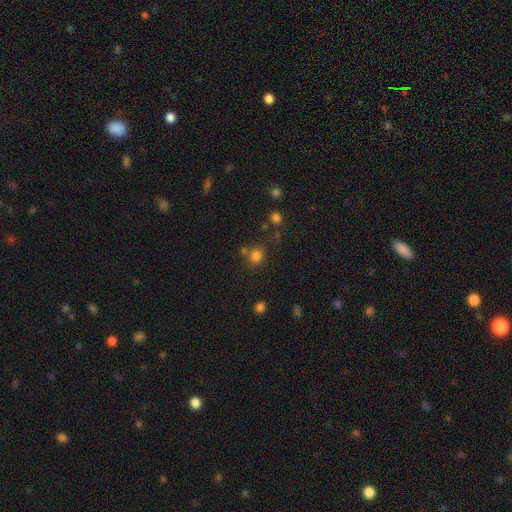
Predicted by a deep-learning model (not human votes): This is likely a smooth galaxy (78%). How rounded: clearly round (86%). Merging: likely none (70%).